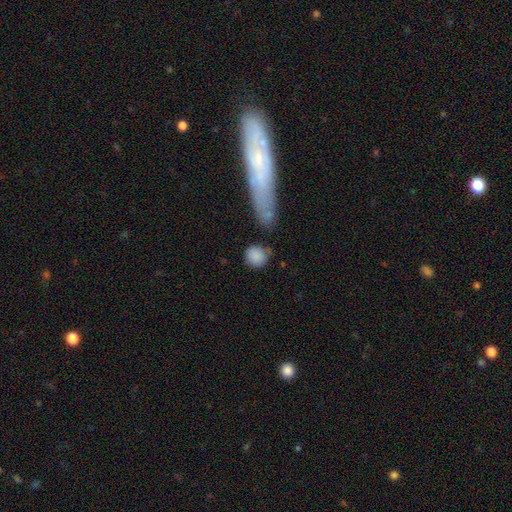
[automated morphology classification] A smooth galaxy with no disk features (85%) that is round (88%). Merging: none (71%).